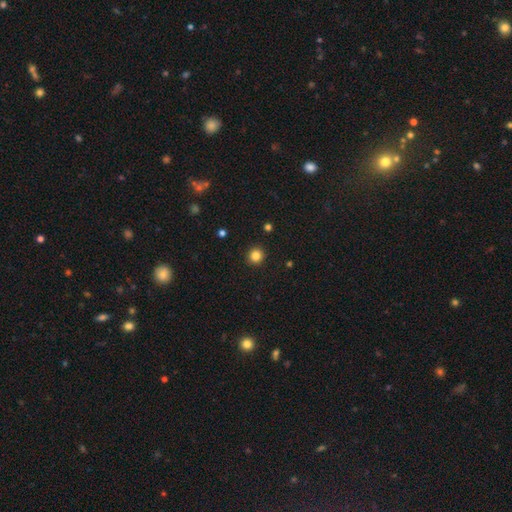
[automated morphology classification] Smooth or featured: smooth — 84% (star or artifact — 12%)
How rounded: round — 94% (in between — 5%)
Merging: none — 93% (minor disturbance — 4%)